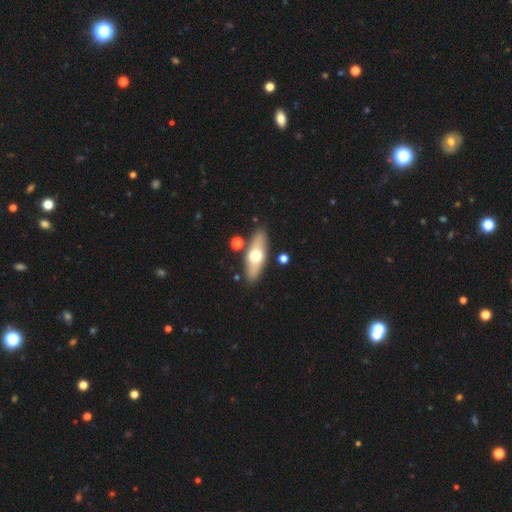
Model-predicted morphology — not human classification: Smooth or featured? smooth (50%)
How rounded? in between (56%)
Merging? none (85%)